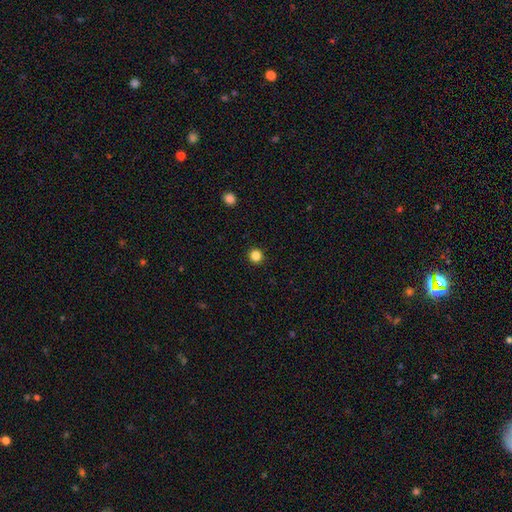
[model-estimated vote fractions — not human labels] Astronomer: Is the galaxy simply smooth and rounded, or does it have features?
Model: smooth — 85%.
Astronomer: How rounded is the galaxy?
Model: round — 95%.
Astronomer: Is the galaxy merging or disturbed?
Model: none — 93%.